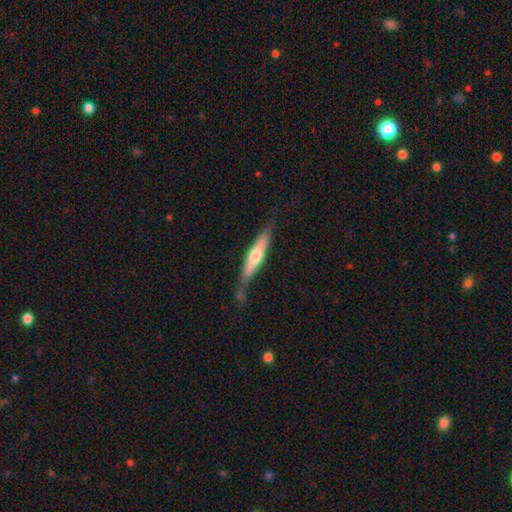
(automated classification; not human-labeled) A featured or disk galaxy (50%).

Vote fractions:
- Smooth or featured? featured or disk: 50% / smooth: 45% / star or artifact: 5%
- Merging? none: 65% / minor disturbance: 23% / major disturbance: 7% / merger: 5%